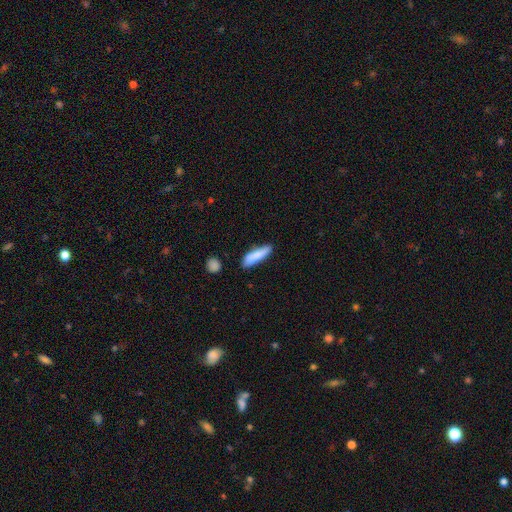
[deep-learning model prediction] Smooth or featured? Predicted: smooth (p=0.83). How rounded? Predicted: cigar-shaped (p=0.71). Merging? Predicted: none (p=0.78).